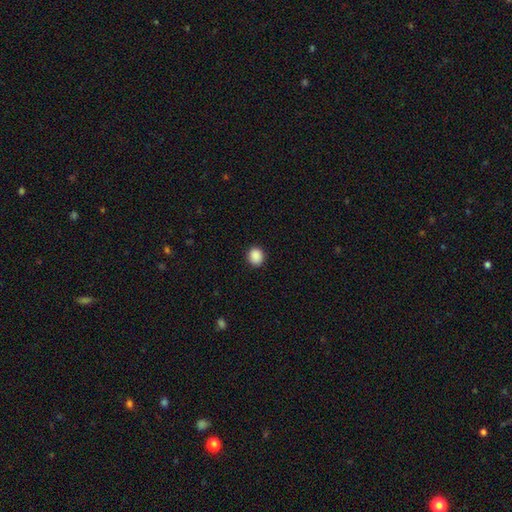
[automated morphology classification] Smooth or featured: smooth — 89% (star or artifact — 8%)
How rounded: round — 72% (in between — 27%)
Merging: none — 91% (minor disturbance — 6%)